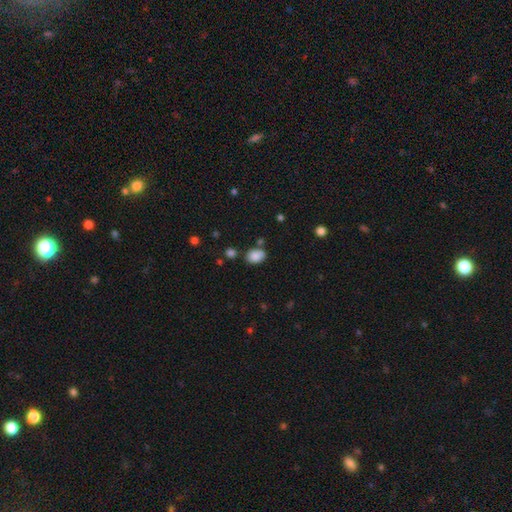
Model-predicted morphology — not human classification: This is clearly a smooth galaxy (86%). How rounded: likely in between (73%). Merging: likely none (70%).